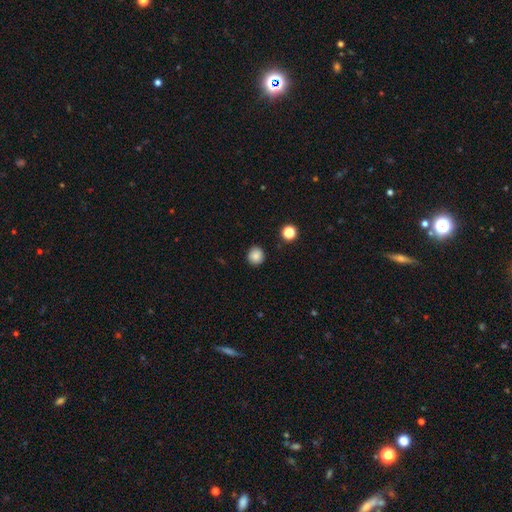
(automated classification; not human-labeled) smooth-or-featured: smooth: 86% | star or artifact: 10% | featured or disk: 4%
  how-rounded: round: 92% | in between: 7% | cigar-shaped: 1%
  merging: none: 90% | minor disturbance: 7% | major disturbance: 2% | merger: 1%